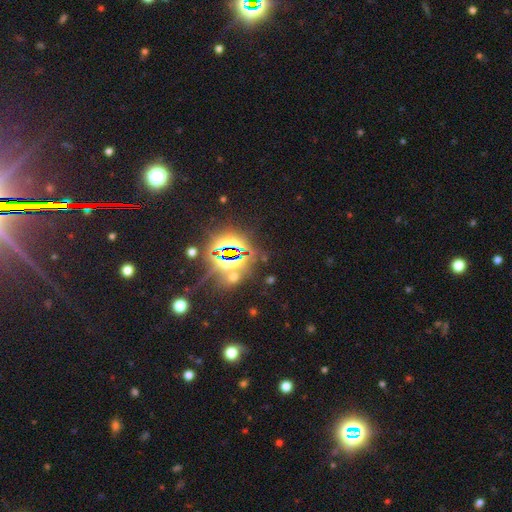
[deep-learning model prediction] This is clearly a star or artifact rather than a galaxy (83%).